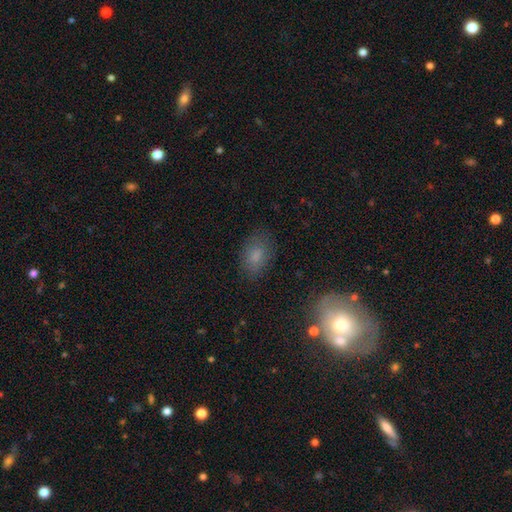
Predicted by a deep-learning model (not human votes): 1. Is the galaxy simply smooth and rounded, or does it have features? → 78% smooth, 12% star or artifact, 11% featured or disk.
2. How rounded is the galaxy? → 86% in between, 12% round, 2% cigar-shaped.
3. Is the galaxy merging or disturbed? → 79% none, 15% minor disturbance, 5% major disturbance, 2% merger.